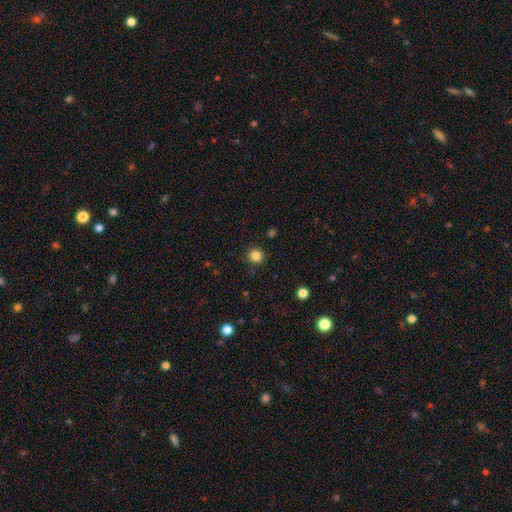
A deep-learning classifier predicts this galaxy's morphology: Overall: smooth (84%). How rounded: round (94%). Merging: none (89%).